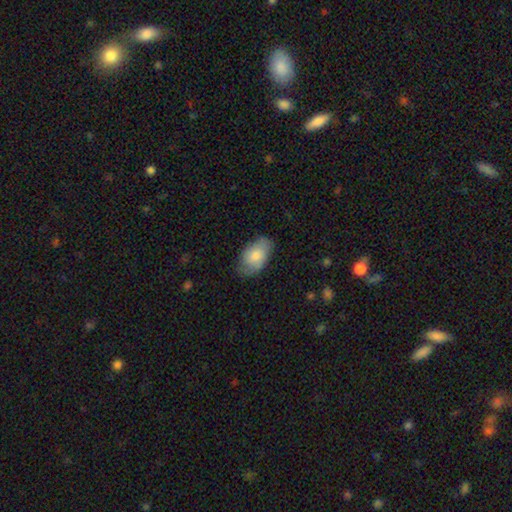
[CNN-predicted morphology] type=smooth (78%); roundness=in between (93%); merging=none (68%).